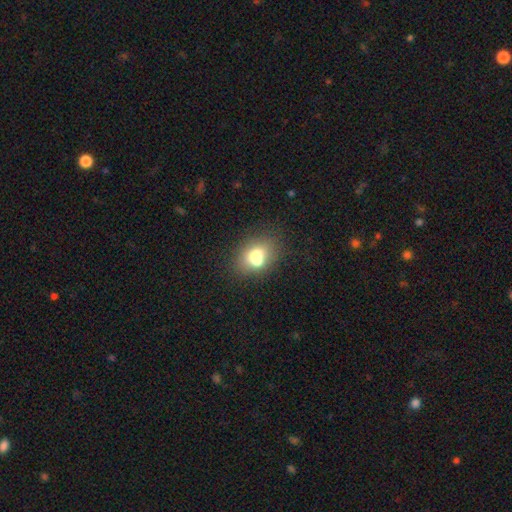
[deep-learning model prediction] A smooth galaxy with no disk features (67%) that is in between round and cigar-shaped (59%).

Vote fractions:
- Smooth or featured? smooth: 67% / featured or disk: 21% / star or artifact: 11%
- How rounded? in between: 59% / round: 40% / cigar-shaped: 2%
- Merging? none: 47% / merger: 33% / minor disturbance: 14% / major disturbance: 6%